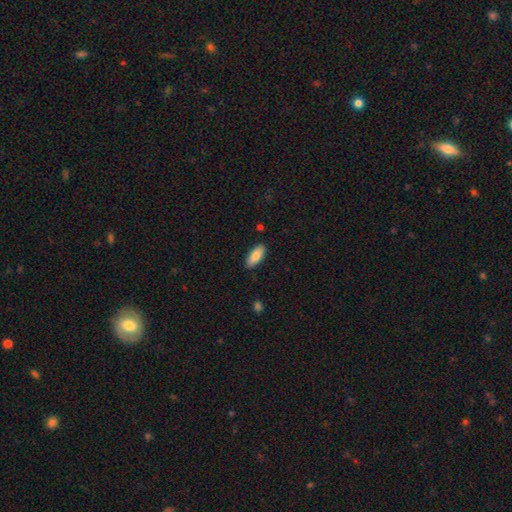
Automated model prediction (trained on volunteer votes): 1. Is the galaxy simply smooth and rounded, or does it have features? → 86% smooth, 8% featured or disk, 6% star or artifact.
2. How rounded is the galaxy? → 83% in between, 16% cigar-shaped, 2% round.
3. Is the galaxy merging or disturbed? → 87% none, 9% minor disturbance, 2% major disturbance, 1% merger.